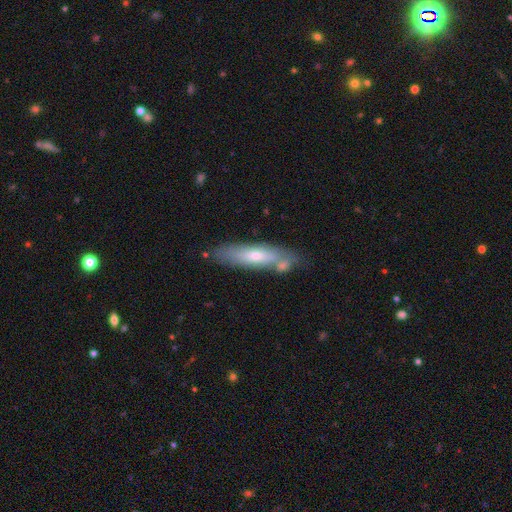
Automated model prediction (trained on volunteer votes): smooth 54%, featured or disk 40%, star or artifact 6%. Down the decision tree: how rounded — cigar-shaped (71%); merging — none (67%).